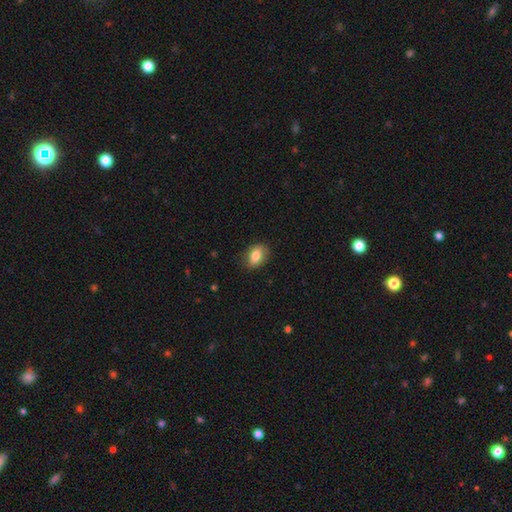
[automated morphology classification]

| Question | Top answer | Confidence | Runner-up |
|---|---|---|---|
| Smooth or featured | smooth | 81% | featured or disk (12%) |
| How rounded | in between | 79% | round (20%) |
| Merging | none | 83% | minor disturbance (13%) |